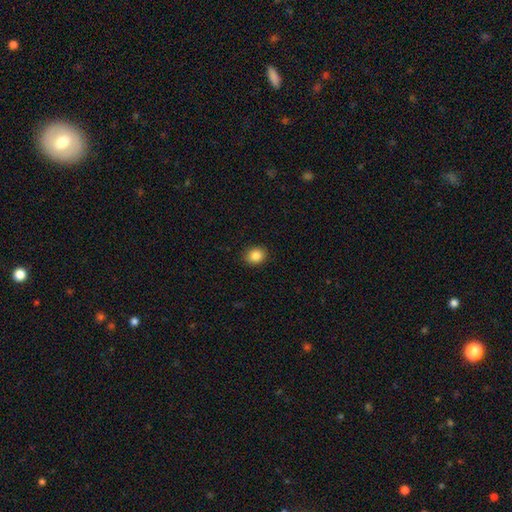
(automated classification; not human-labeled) Smooth or featured? Predicted: smooth (p=0.85). How rounded? Predicted: round (p=0.69). Merging? Predicted: none (p=0.91).